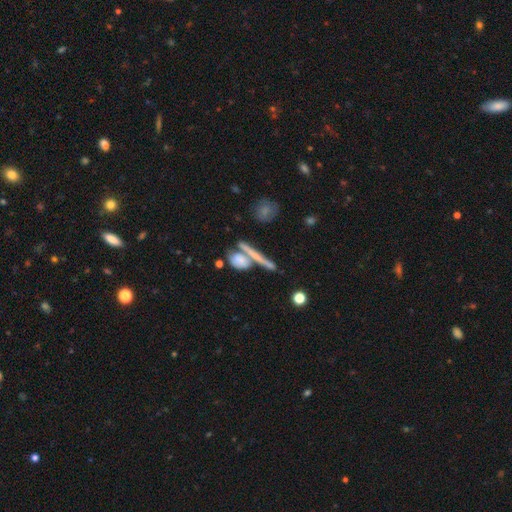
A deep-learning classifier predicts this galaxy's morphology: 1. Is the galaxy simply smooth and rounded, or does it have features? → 51% smooth, 37% featured or disk, 12% star or artifact.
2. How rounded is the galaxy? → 62% cigar-shaped, 20% round, 19% in between.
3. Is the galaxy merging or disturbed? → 52% none, 32% merger, 10% minor disturbance, 6% major disturbance.